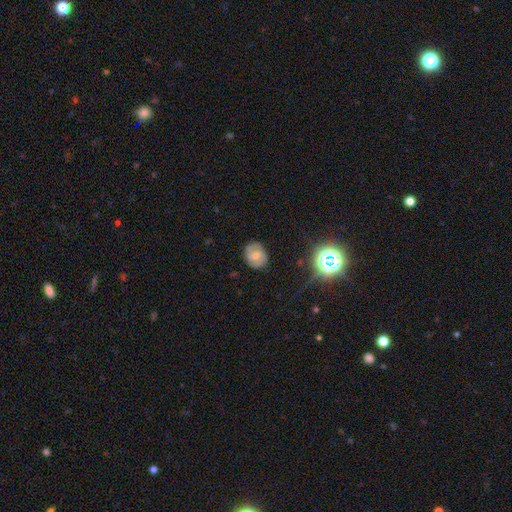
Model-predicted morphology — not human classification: A featured or disk galaxy (55%) with a weak bar (46%), spiral arms (87%) and a moderate central bulge (44%).

Vote fractions:
- Smooth or featured? featured or disk: 55% / smooth: 34% / star or artifact: 12%
- Edge-on disk? no: 97% / yes: 3%
- Bar? weak: 46% / no: 42% / strong: 12%
- Spiral arms? yes: 87% / no: 13%
- Bulge size? moderate: 44% / small: 40% / none: 11% / large: 4% / dominant: 1%
- Merging? none: 79% / minor disturbance: 15% / major disturbance: 4% / merger: 1%